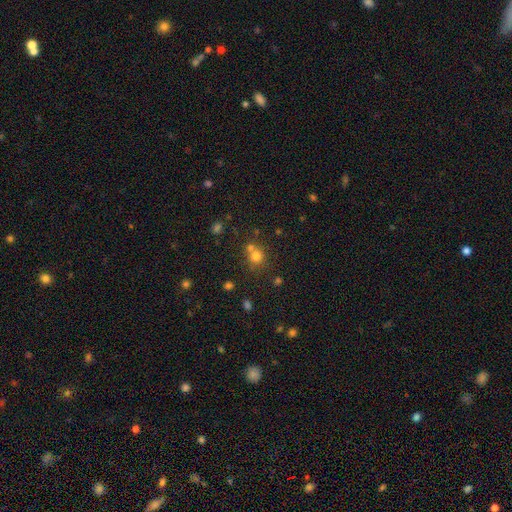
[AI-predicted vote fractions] Morphology: type=smooth (74%); roundness=round (86%); merging=none (54%).